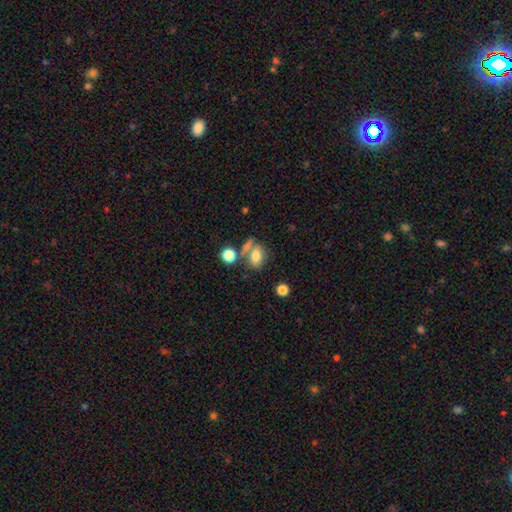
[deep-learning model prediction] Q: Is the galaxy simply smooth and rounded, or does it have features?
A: smooth — 74%.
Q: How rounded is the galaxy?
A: in between — 77%.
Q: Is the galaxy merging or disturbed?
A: none — 49%.